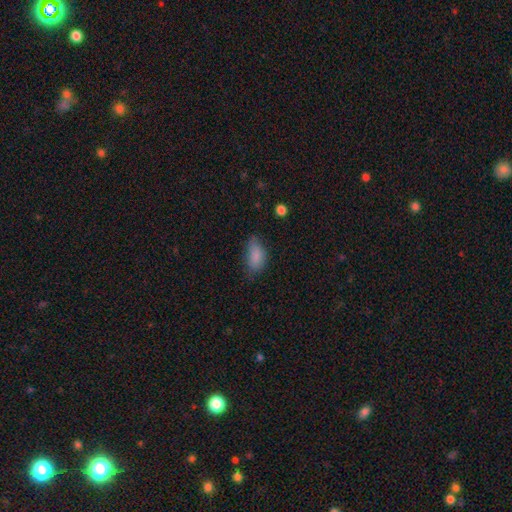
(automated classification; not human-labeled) Q: Smooth or featured?
A: smooth (84%); runner-up: star or artifact (8%)
Q: How rounded?
A: in between (91%); runner-up: cigar-shaped (4%)
Q: Merging?
A: none (57%); runner-up: minor disturbance (32%)